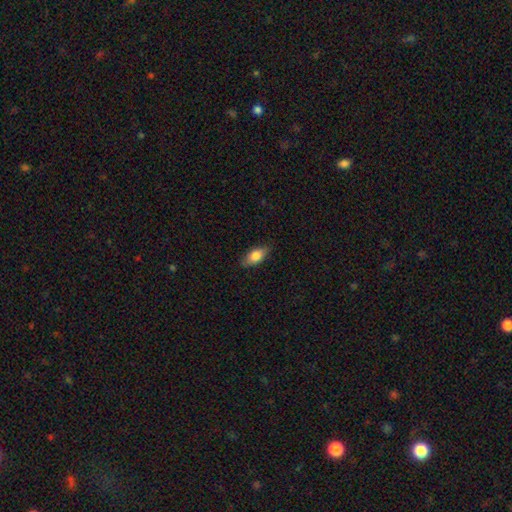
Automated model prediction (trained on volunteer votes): The model was most divided on "smooth or featured": smooth: 79%, featured or disk: 14%, star or artifact: 7%. More confident: how rounded — in between (86%); merging — none (81%).